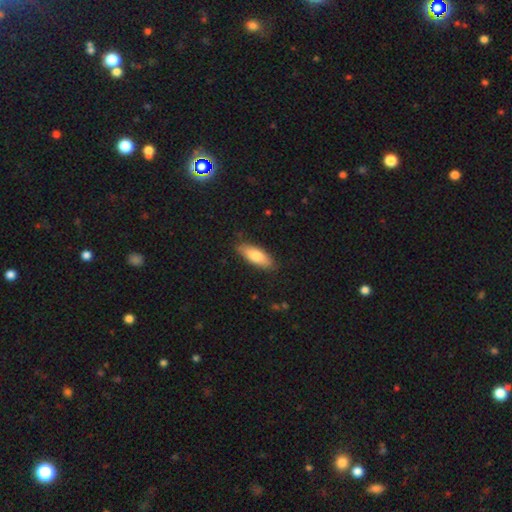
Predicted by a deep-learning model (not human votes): Smooth or featured? Predicted: smooth (p=0.79). How rounded? Predicted: in between (p=0.71). Merging? Predicted: none (p=0.84).